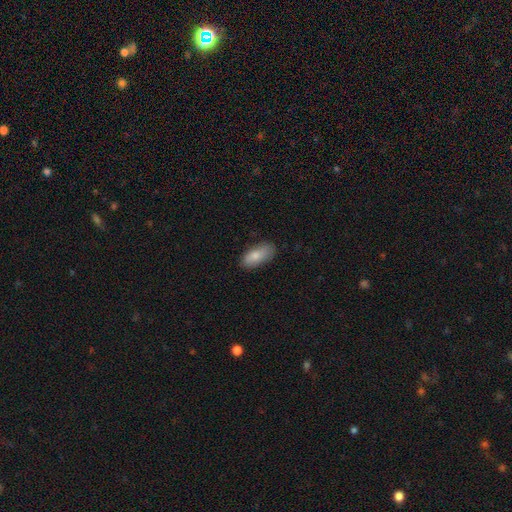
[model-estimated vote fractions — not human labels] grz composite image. It shows a smooth galaxy with no disk features (82%) that is in between round and cigar-shaped (86%). Merging: none (80%).